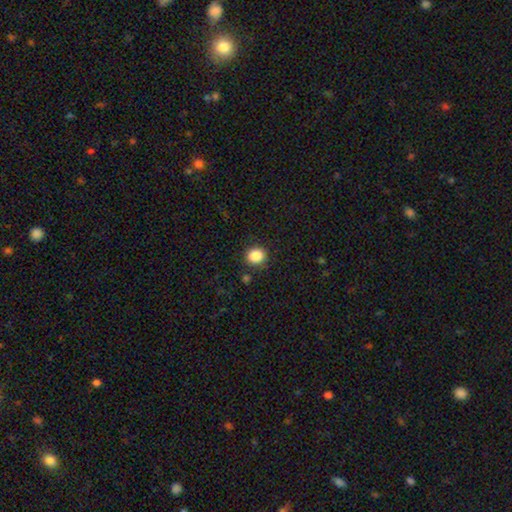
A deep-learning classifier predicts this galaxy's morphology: A smooth galaxy with no disk features (86%) that is round (78%).

Vote fractions:
- Smooth or featured? smooth: 86% / star or artifact: 10% / featured or disk: 4%
- How rounded? round: 78% / in between: 21% / cigar-shaped: 1%
- Merging? none: 87% / minor disturbance: 9% / major disturbance: 3% / merger: 2%